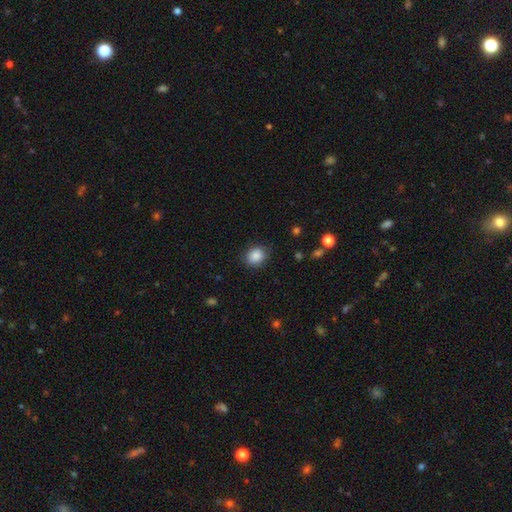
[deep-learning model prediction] The model was most divided on "how rounded": round: 63%, in between: 36%, cigar-shaped: 1%. More confident: smooth or featured — smooth (87%); merging — none (82%).